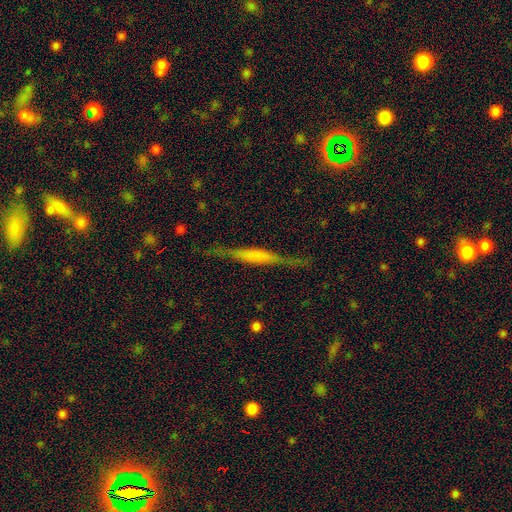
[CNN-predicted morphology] Overall: featured or disk (61%; smooth 32%). Edge-on disk: yes (95%). Edge-on bulge: boxy (39%; rounded 31%). Merging: none (79%).